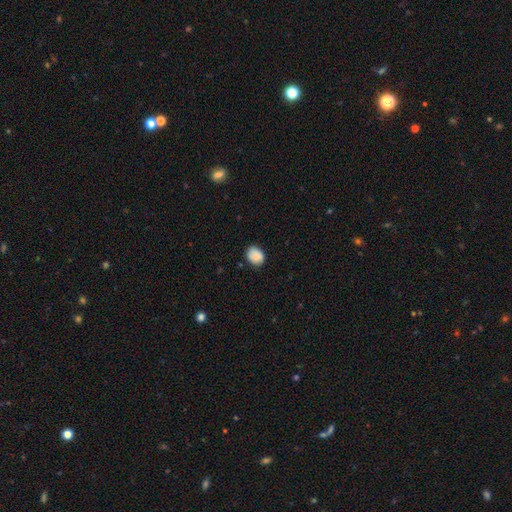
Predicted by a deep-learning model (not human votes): Overall: smooth (86%). How rounded: in between (51%; round 48%). Merging: none (78%).